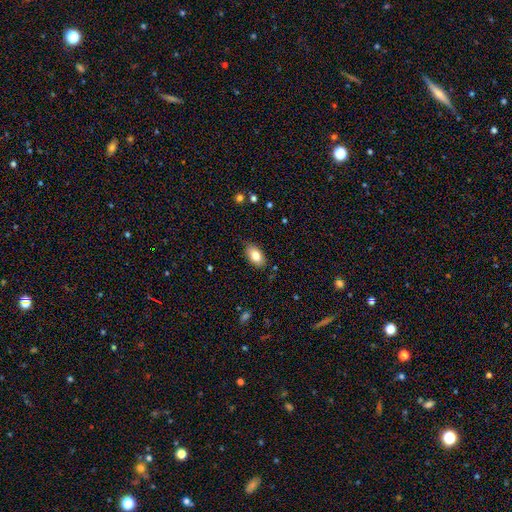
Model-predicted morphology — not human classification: smooth_or_featured: smooth (p=0.82) [alt: featured or disk p=0.11]
how_rounded: in between (p=0.93) [alt: round p=0.05]
merging: none (p=0.82) [alt: minor disturbance p=0.14]